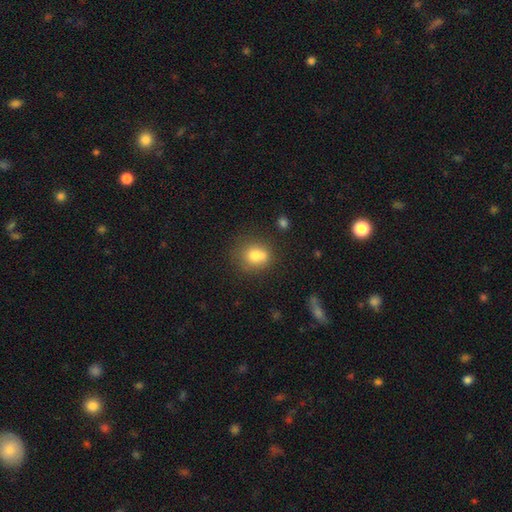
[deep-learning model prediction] Smooth or featured?
  - smooth: 73% *
  - featured or disk: 15%
  - star or artifact: 11%
How rounded?
  - round: 66% *
  - in between: 33%
  - cigar-shaped: 1%
Merging?
  - none: 46% *
  - merger: 30%
  - minor disturbance: 17%
  - major disturbance: 7%